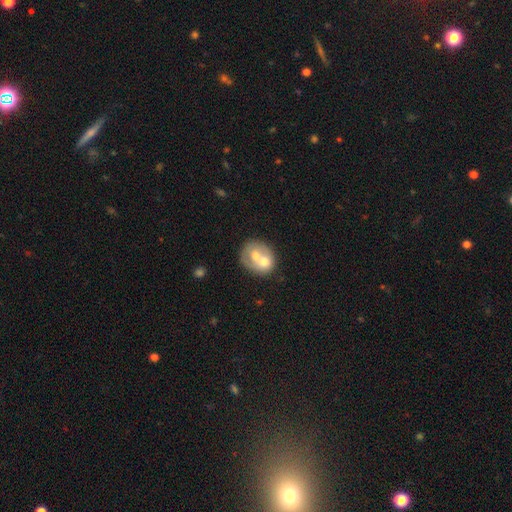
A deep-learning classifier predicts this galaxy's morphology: smooth_or_featured: smooth (p=0.57) [alt: featured or disk p=0.37]
how_rounded: round (p=0.64) [alt: in between p=0.35]
merging: merger (p=0.66) [alt: none p=0.23]